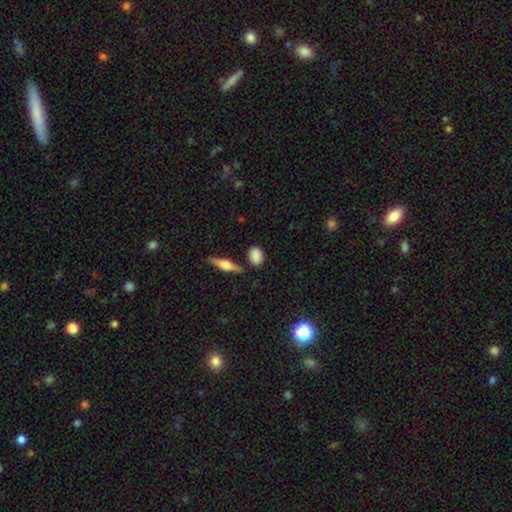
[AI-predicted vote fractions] Morphology: type=smooth (83%); roundness=in between (66%); merging=none (78%).